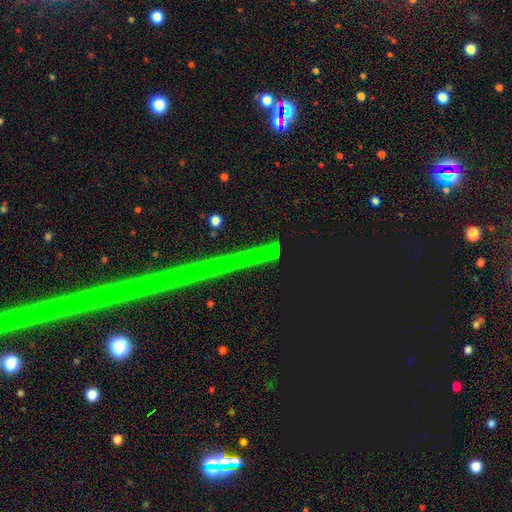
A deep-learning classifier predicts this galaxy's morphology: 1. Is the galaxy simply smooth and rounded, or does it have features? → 82% star or artifact, 11% featured or disk, 7% smooth.